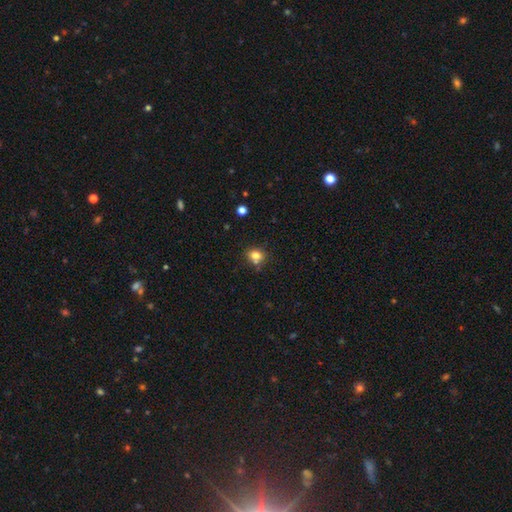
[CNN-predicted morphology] Overall: smooth (77%). How rounded: round (67%; in between 31%). Merging: none (63%).